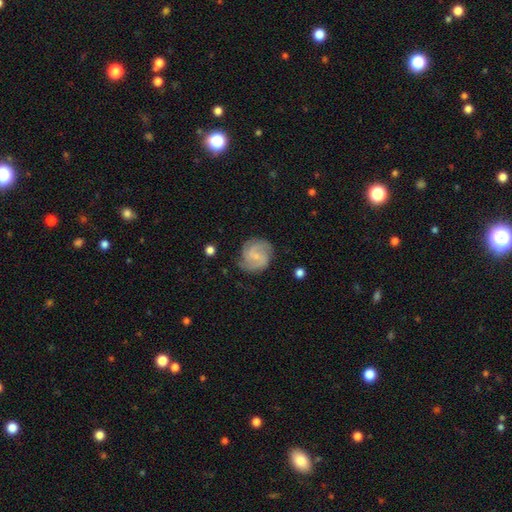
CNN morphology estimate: smooth_or_featured: featured or disk (p=0.78) [alt: smooth p=0.16]
disk_edge_on: no (p=0.98) [alt: yes p=0.02]
bar: no (p=0.50) [alt: weak p=0.43]
has_spiral_arms: yes (p=0.96) [alt: no p=0.04]
spiral_winding: medium (p=0.47) [alt: tight p=0.41]
spiral_arm_count: 2 (p=0.38) [alt: 3 p=0.33]
bulge_size: small (p=0.66) [alt: moderate p=0.19]
merging: none (p=0.77) [alt: minor disturbance p=0.16]